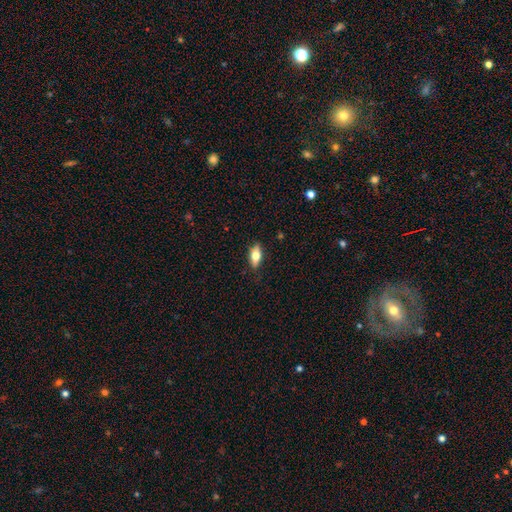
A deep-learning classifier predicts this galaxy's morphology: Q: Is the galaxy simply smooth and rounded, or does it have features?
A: smooth — 63%.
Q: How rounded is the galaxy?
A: in between — 78%.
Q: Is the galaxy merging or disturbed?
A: none — 85%.